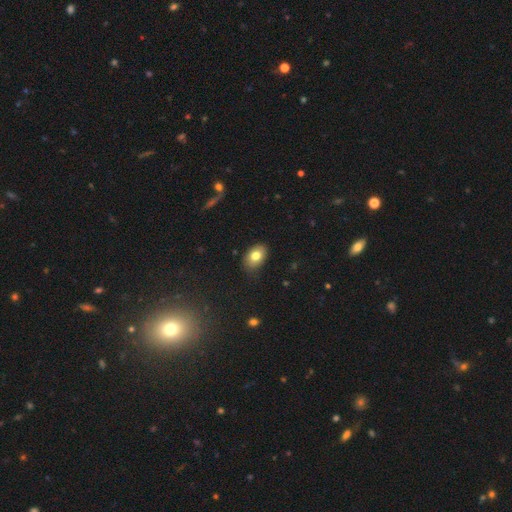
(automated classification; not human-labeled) smooth-or-featured: smooth: 79% | featured or disk: 12% | star or artifact: 9%
  how-rounded: in between: 84% | round: 14% | cigar-shaped: 1%
  merging: none: 82% | minor disturbance: 14% | major disturbance: 3% | merger: 1%